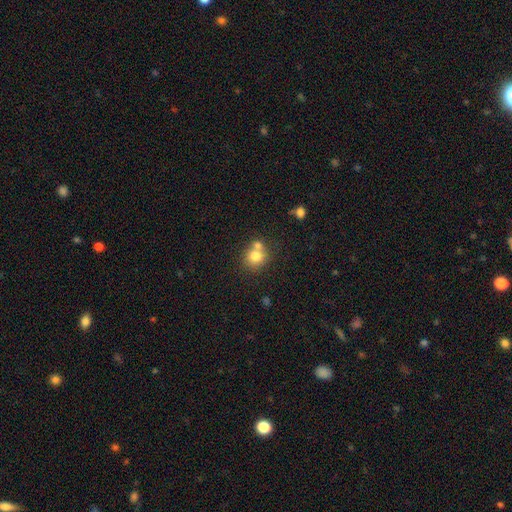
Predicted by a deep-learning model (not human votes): Morphology: type=smooth (77%); roundness=round (81%); merging=none (51%).